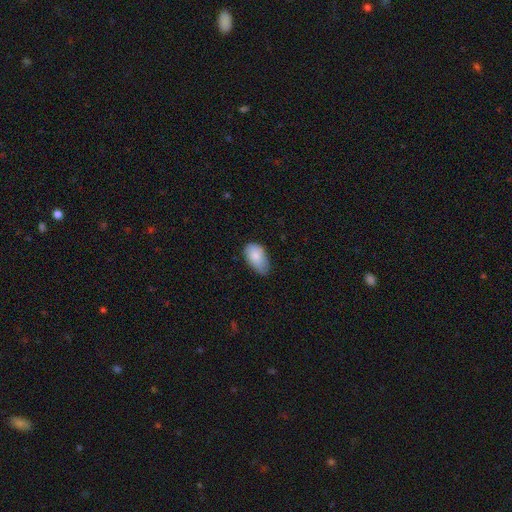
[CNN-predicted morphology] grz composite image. It shows a smooth galaxy with no disk features (84%) that is in between round and cigar-shaped (93%). Merging: none (47%).